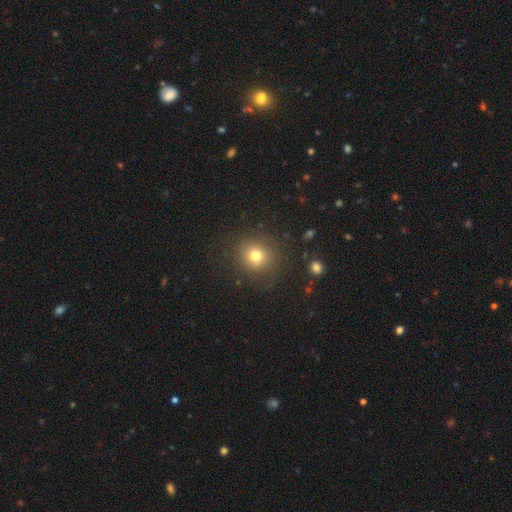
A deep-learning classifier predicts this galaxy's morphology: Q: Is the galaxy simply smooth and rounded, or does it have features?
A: smooth — 76%.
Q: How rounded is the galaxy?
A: round — 87%.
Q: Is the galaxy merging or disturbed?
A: none — 84%.